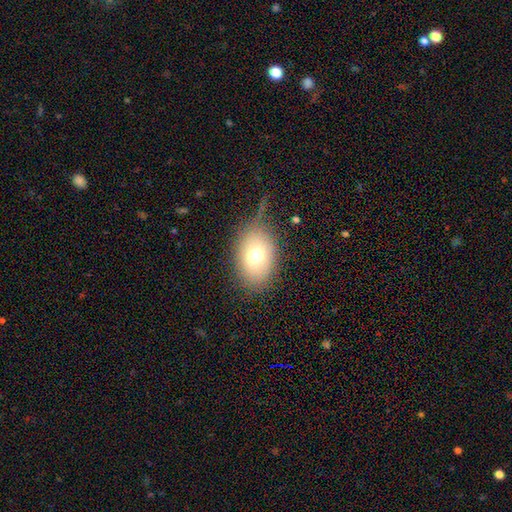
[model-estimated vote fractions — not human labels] Smooth or featured?
  - smooth: 72% *
  - featured or disk: 18%
  - star or artifact: 10%
How rounded?
  - in between: 78% *
  - round: 21%
  - cigar-shaped: 1%
Merging?
  - none: 70% *
  - minor disturbance: 18%
  - major disturbance: 9%
  - merger: 3%